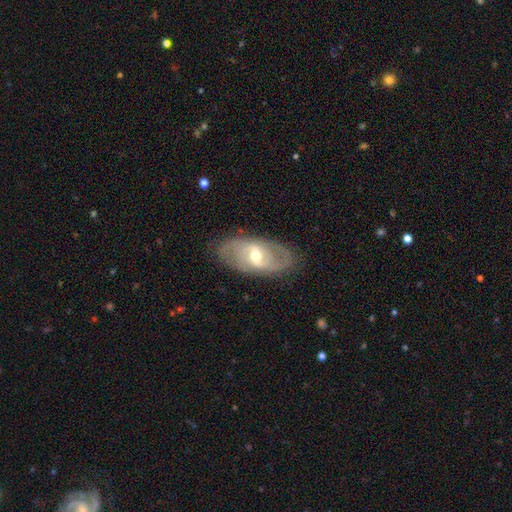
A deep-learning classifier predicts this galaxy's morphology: This is likely a featured or disk galaxy (75%). It is clearly not viewed edge-on (92%). Bar: possibly weak (49%). Spiral arm pattern: likely yes (80%). Spiral arm count: likely 2 (72%). Spiral winding: marginally medium (43%). Central bulge: likely moderate (64%). Merging: clearly none (81%).